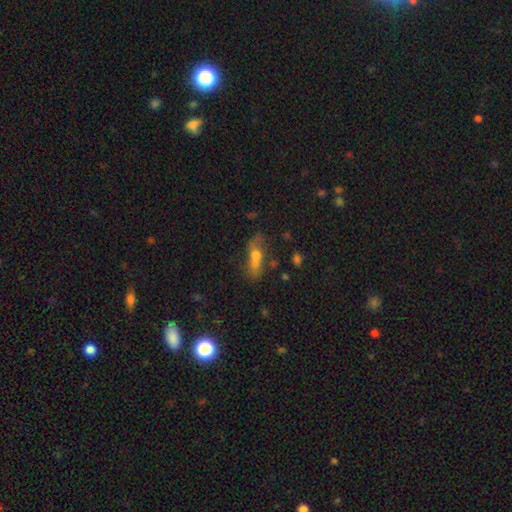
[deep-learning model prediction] Q: Smooth or featured?
A: smooth (53%); runner-up: featured or disk (32%)
Q: How rounded?
A: in between (57%); runner-up: round (24%)
Q: Merging?
A: merger (43%); runner-up: none (33%)